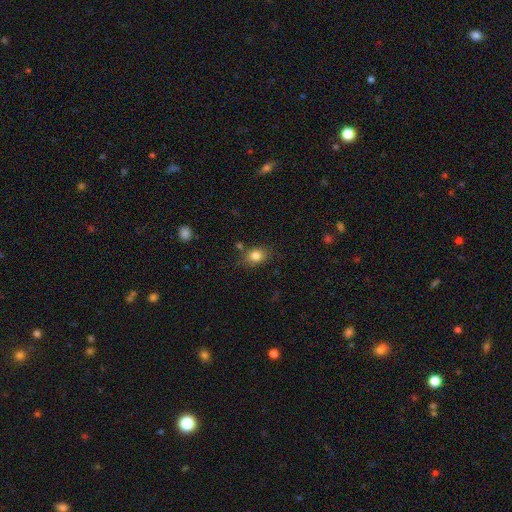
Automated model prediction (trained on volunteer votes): Smooth or featured?
  - smooth: 82% *
  - star or artifact: 10%
  - featured or disk: 7%
How rounded?
  - in between: 54% *
  - round: 45%
  - cigar-shaped: 1%
Merging?
  - none: 76% *
  - minor disturbance: 15%
  - merger: 5%
  - major disturbance: 4%